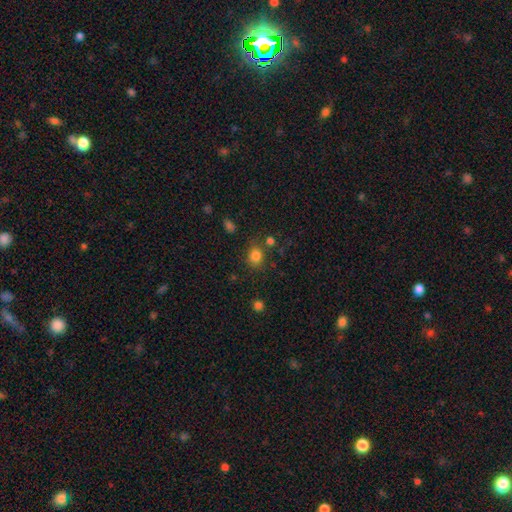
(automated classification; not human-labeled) The model was most divided on "how rounded": round: 69%, in between: 30%, cigar-shaped: 1%. More confident: smooth or featured — smooth (81%); merging — none (74%).